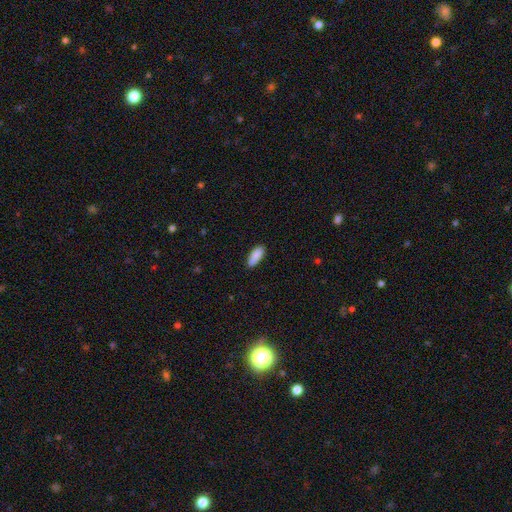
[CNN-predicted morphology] Smooth or featured?
  - smooth: 89% *
  - star or artifact: 6%
  - featured or disk: 5%
How rounded?
  - in between: 73% *
  - cigar-shaped: 25%
  - round: 2%
Merging?
  - none: 83% *
  - minor disturbance: 13%
  - major disturbance: 2%
  - merger: 1%